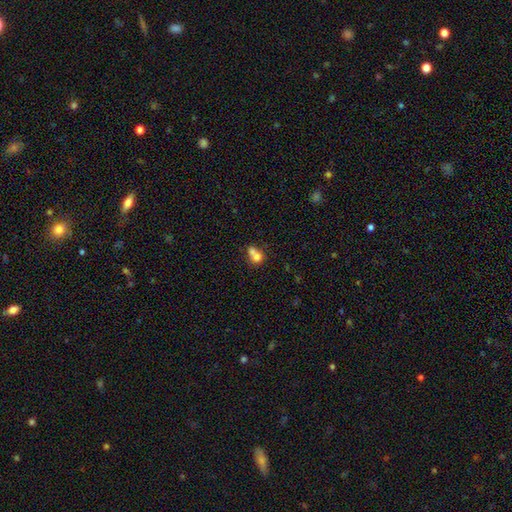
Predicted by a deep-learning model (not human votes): The model was most divided on "how rounded": round: 59%, in between: 40%, cigar-shaped: 2%. More confident: smooth or featured — smooth (72%); merging — merger (61%).